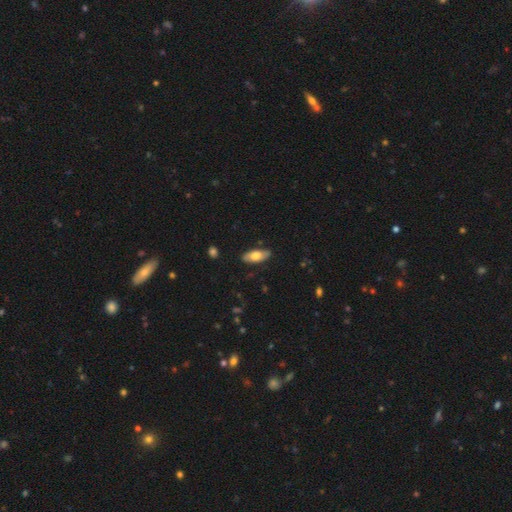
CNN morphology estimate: Smooth or featured?
  - smooth: 68% *
  - featured or disk: 27%
  - star or artifact: 6%
How rounded?
  - in between: 84% *
  - cigar-shaped: 14%
  - round: 2%
Merging?
  - none: 84% *
  - minor disturbance: 12%
  - major disturbance: 2%
  - merger: 1%